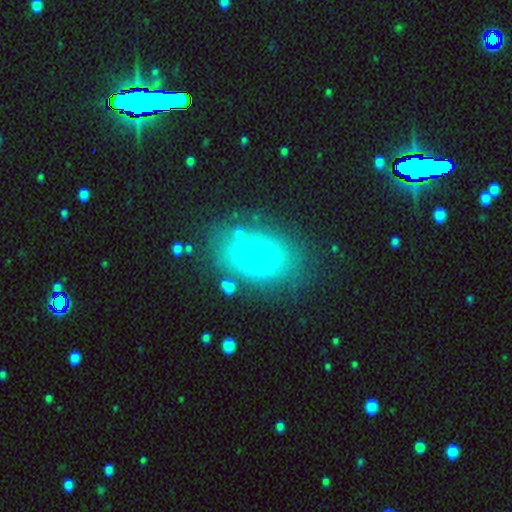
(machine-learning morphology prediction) smooth 49%, featured or disk 41%, star or artifact 10%. Down the decision tree: merging — none (71%).